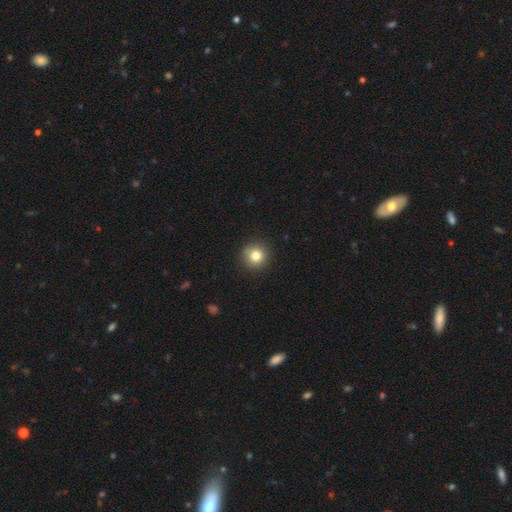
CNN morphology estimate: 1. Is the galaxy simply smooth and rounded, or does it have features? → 82% smooth, 11% star or artifact, 7% featured or disk.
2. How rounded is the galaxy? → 93% round, 6% in between, 1% cigar-shaped.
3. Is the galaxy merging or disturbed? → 91% none, 6% minor disturbance, 2% major disturbance, 1% merger.